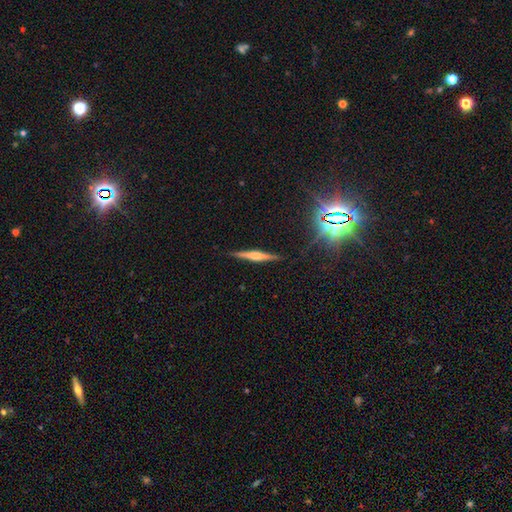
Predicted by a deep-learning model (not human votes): Morphology: type=featured or disk (63%); edge-on=yes (97%); edge-on bulge=rounded (73%); merging=none (89%).